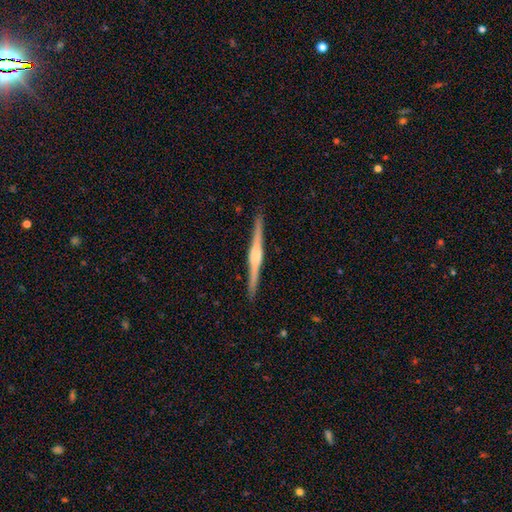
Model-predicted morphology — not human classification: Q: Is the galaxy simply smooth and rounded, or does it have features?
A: featured or disk — 82%.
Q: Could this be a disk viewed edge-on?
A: yes — 99%.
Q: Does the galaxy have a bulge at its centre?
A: rounded — 64%.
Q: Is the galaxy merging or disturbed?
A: none — 92%.